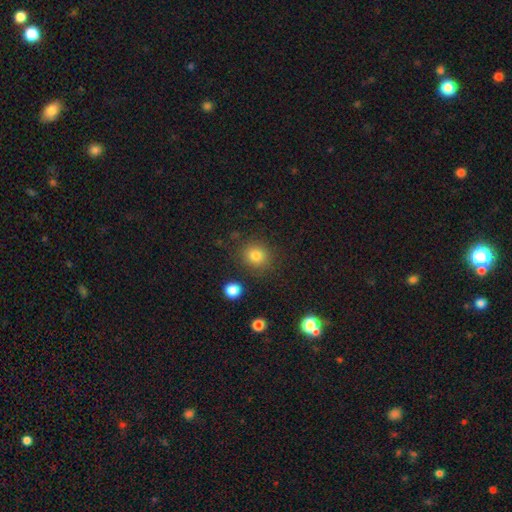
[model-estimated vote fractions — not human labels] smooth 82%, star or artifact 12%, featured or disk 6%. Down the decision tree: how rounded — round (85%); merging — none (85%).